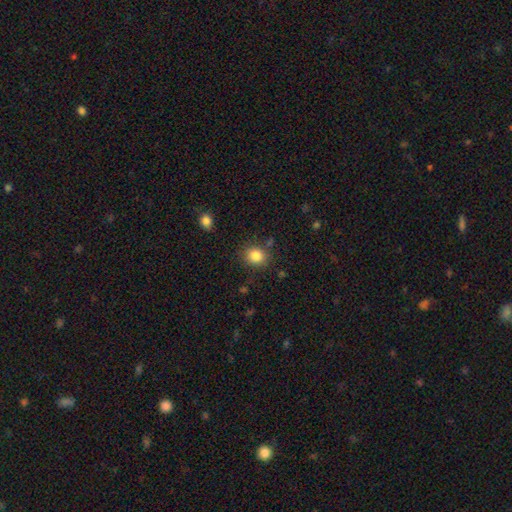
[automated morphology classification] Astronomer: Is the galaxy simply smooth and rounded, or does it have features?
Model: smooth — 85%.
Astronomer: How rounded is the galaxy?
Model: round — 72%.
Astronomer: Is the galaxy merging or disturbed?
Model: none — 82%.